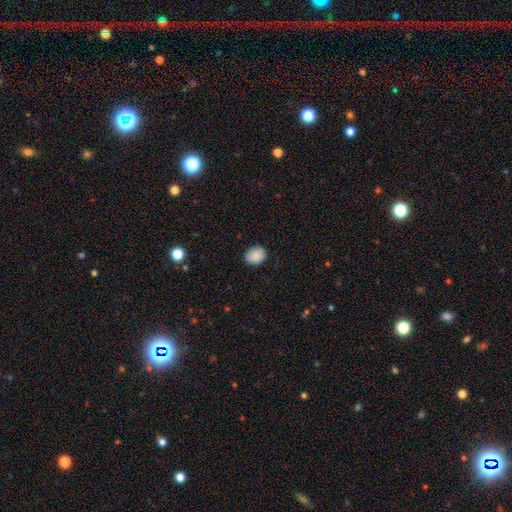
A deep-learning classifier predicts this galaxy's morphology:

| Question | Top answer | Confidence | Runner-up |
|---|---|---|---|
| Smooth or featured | smooth | 88% | star or artifact (8%) |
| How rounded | round | 56% | in between (43%) |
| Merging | none | 85% | minor disturbance (12%) |